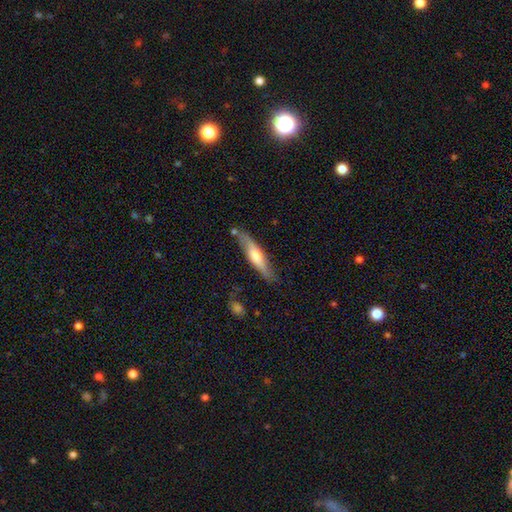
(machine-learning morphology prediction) Smooth or featured?
  - featured or disk: 47% * (tied)
  - smooth: 47% * (tied)
  - star or artifact: 6%
Merging?
  - none: 76% *
  - minor disturbance: 16%
  - merger: 5%
  - major disturbance: 3%